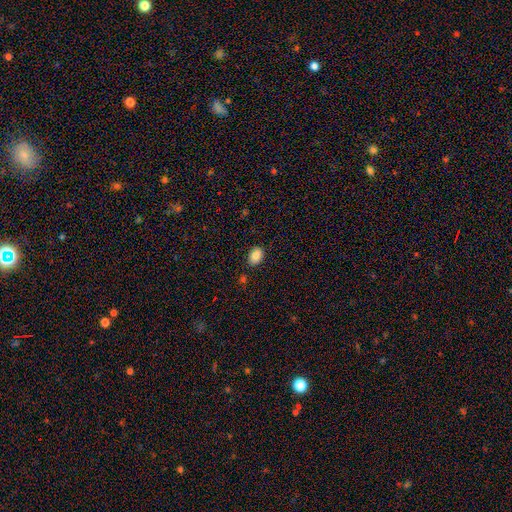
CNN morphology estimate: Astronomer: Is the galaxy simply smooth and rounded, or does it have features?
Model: smooth — 87%.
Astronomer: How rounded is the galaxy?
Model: in between — 81%.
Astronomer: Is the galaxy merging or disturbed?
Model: none — 86%.